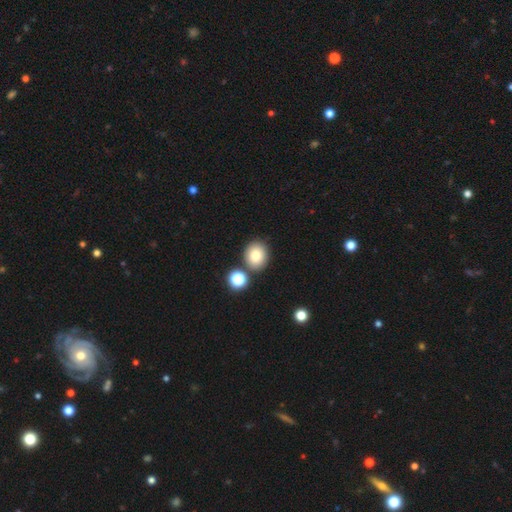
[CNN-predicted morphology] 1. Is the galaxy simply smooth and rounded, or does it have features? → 82% smooth, 11% star or artifact, 7% featured or disk.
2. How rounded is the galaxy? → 66% round, 33% in between, 1% cigar-shaped.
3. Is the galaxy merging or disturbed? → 77% none, 11% merger, 9% minor disturbance, 3% major disturbance.